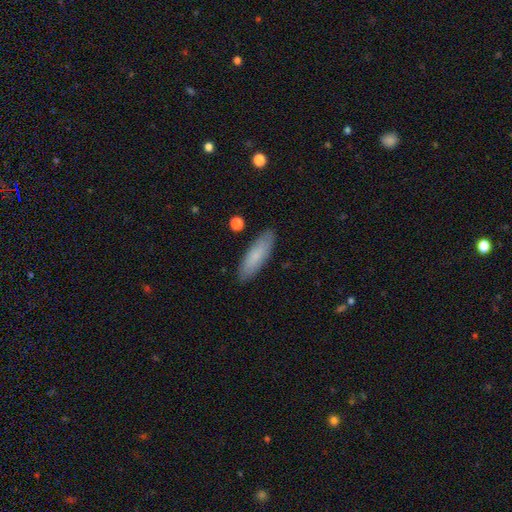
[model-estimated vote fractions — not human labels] smooth 79%, featured or disk 15%, star or artifact 6%. Down the decision tree: how rounded — cigar-shaped (52%); merging — none (88%).